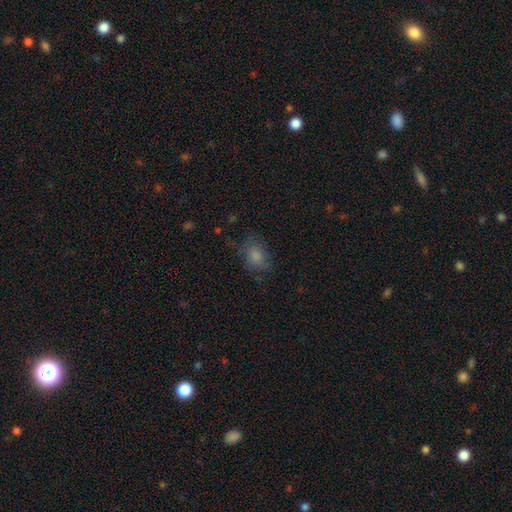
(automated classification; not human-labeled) smooth 81%, star or artifact 11%, featured or disk 8%. Down the decision tree: how rounded — in between (58%); merging — none (67%).